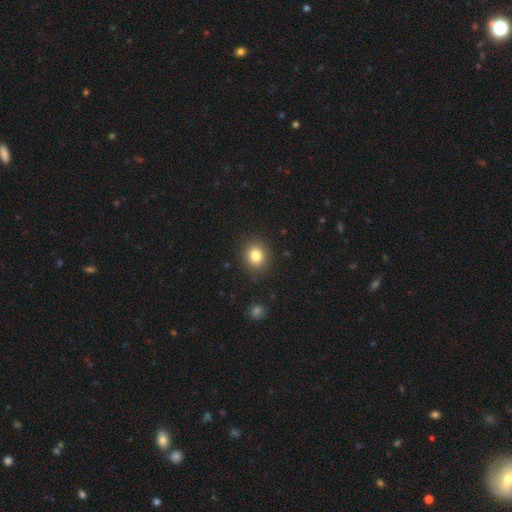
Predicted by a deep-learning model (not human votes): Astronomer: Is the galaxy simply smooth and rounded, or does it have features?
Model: smooth — 82%.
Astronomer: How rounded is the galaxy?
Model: round — 76%.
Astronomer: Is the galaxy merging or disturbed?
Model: none — 89%.